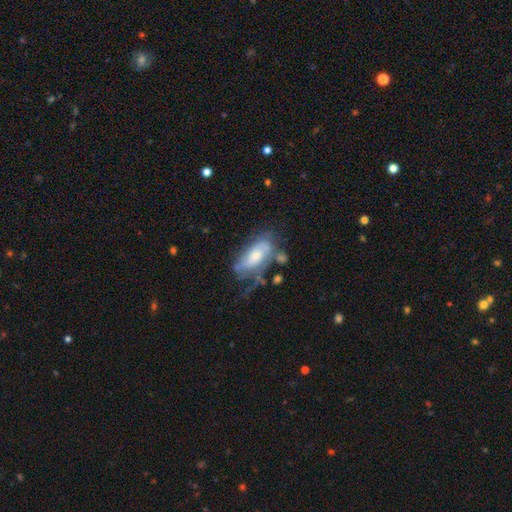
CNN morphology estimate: featured or disk 49%, smooth 44%, star or artifact 7%. Down the decision tree: merging — none (38%).